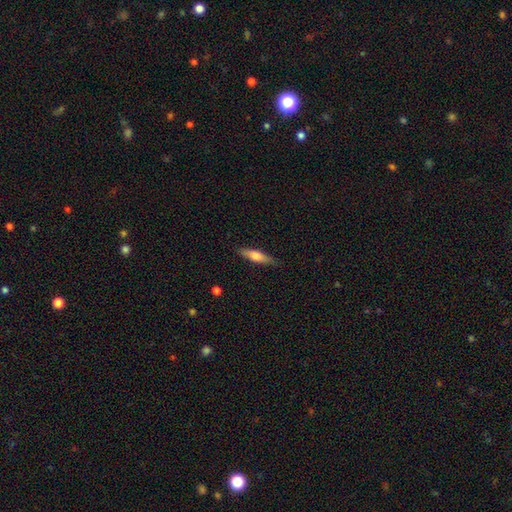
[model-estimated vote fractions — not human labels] Q: Smooth or featured?
A: smooth (55%); runner-up: featured or disk (39%)
Q: How rounded?
A: cigar-shaped (72%); runner-up: in between (26%)
Q: Merging?
A: none (85%); runner-up: minor disturbance (11%)